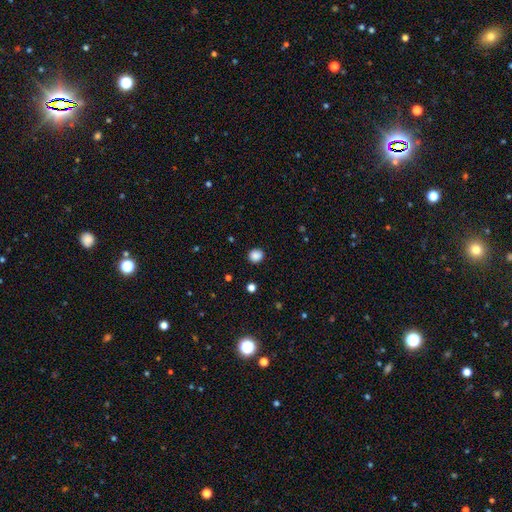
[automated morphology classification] smooth_or_featured: smooth (p=0.87) [alt: star or artifact p=0.11]
how_rounded: round (p=0.87) [alt: in between p=0.12]
merging: none (p=0.90) [alt: minor disturbance p=0.07]